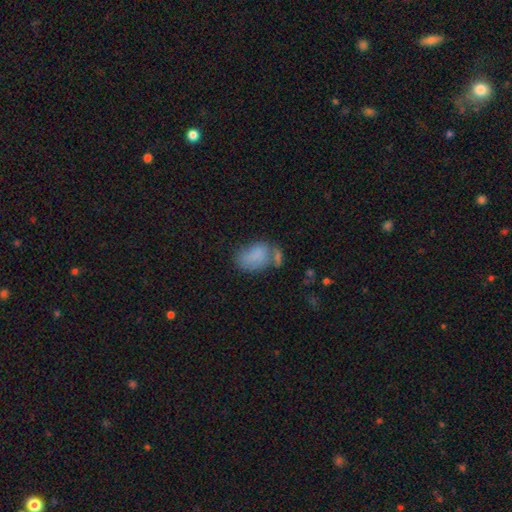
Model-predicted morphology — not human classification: This is likely a smooth galaxy (79%). How rounded: clearly in between (87%). Merging: marginally none (38%).